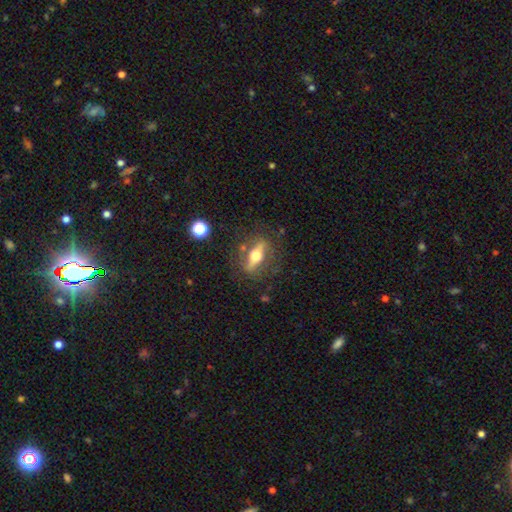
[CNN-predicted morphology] type=featured or disk (61%); edge-on=yes (70%); merging=none (78%).